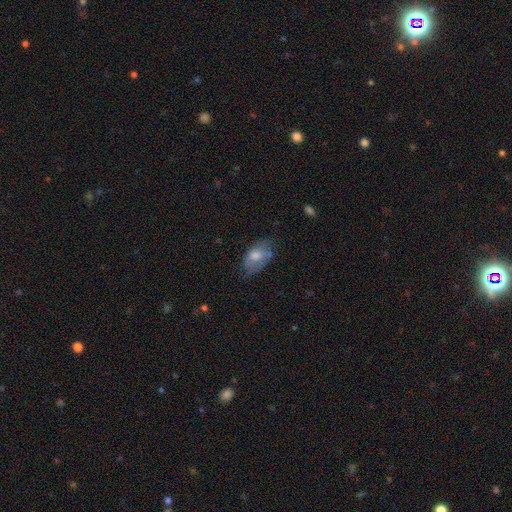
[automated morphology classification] Smooth or featured?
  - smooth: 56% *
  - featured or disk: 35%
  - star or artifact: 10%
How rounded?
  - in between: 90% *
  - round: 6%
  - cigar-shaped: 3%
Merging?
  - none: 58% *
  - minor disturbance: 29%
  - major disturbance: 11%
  - merger: 3%